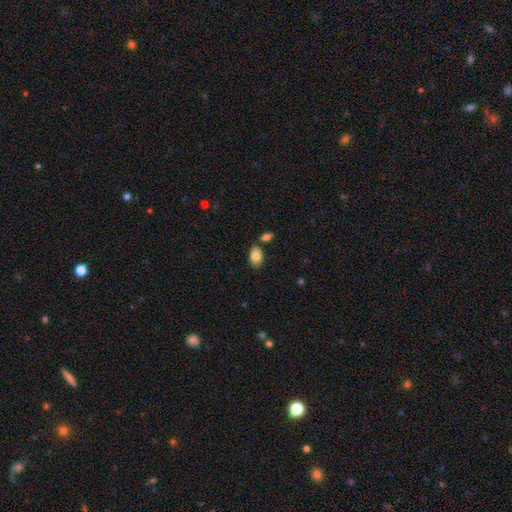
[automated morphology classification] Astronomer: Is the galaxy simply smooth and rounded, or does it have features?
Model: smooth — 85%.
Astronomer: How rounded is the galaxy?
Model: in between — 91%.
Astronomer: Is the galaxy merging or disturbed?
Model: none — 76%.